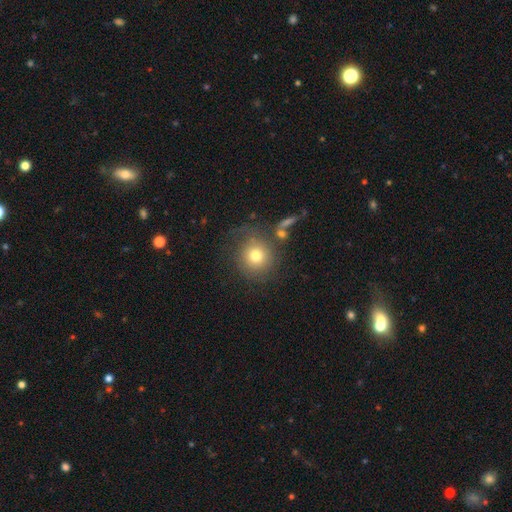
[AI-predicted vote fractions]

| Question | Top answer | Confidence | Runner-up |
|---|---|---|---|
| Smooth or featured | smooth | 73% | featured or disk (15%) |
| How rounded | round | 91% | in between (8%) |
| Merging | none | 67% | minor disturbance (15%) |